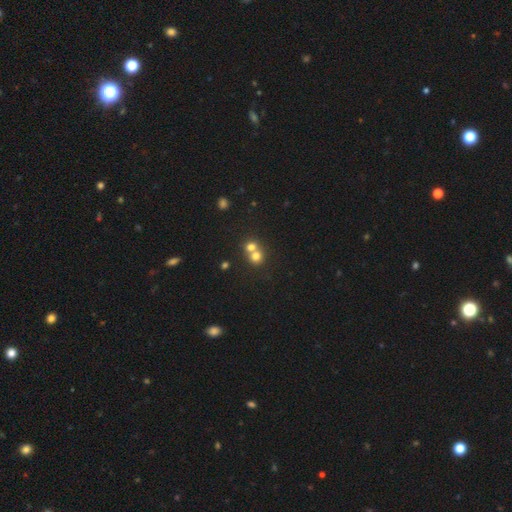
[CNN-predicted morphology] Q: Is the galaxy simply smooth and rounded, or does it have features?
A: smooth — 72%.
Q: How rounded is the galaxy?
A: round — 83%.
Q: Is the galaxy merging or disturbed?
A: merger — 59%.